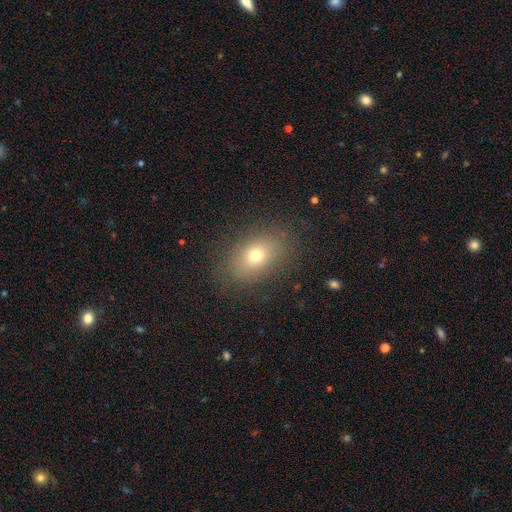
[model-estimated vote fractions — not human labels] The model was most divided on "smooth or featured": smooth: 70%, featured or disk: 16%, star or artifact: 14%. More confident: merging — none (84%); how rounded — in between (77%).